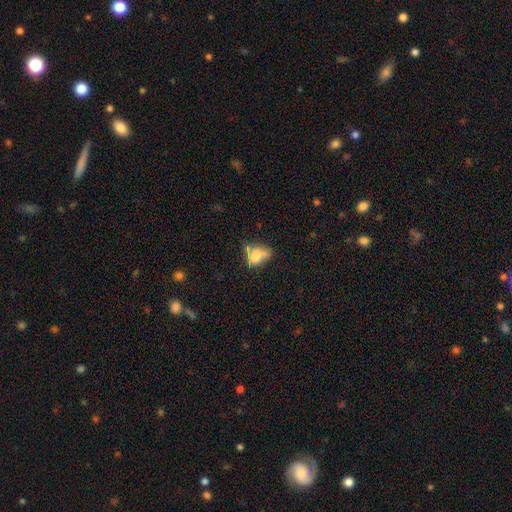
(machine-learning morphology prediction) smooth-or-featured: smooth: 73% | featured or disk: 17% | star or artifact: 10%
  how-rounded: in between: 70% | round: 28% | cigar-shaped: 2%
  merging: merger: 31% | none: 30% | minor disturbance: 25% | major disturbance: 14%